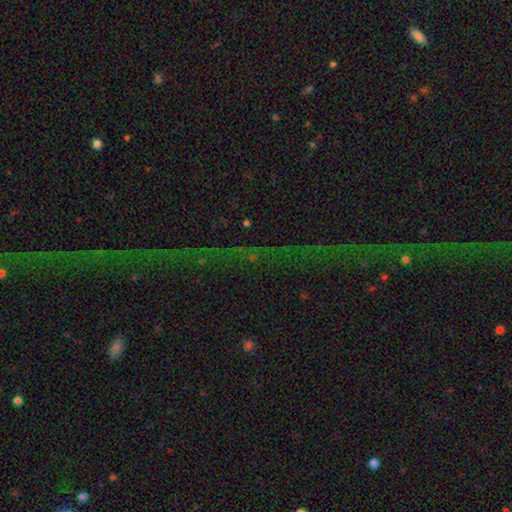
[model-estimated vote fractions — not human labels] Smooth or featured? star or artifact (77%)